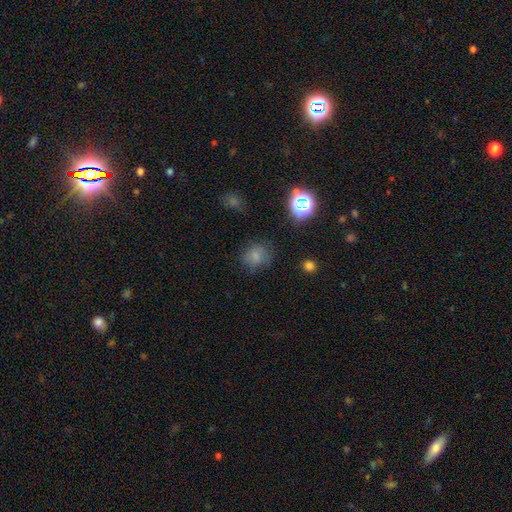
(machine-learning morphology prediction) This is likely a smooth galaxy (74%). How rounded: likely round (71%). Merging: likely none (74%).